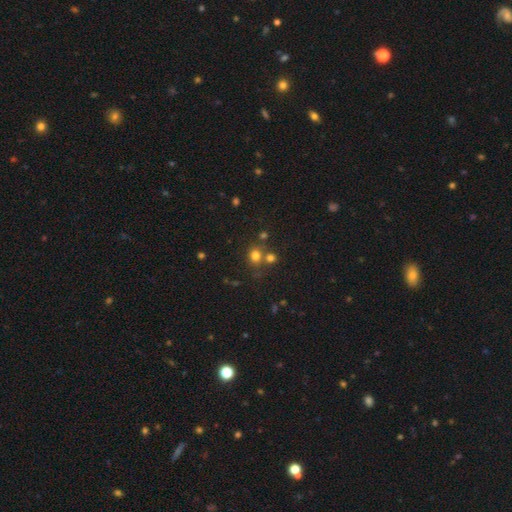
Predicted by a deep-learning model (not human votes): Q: Smooth or featured?
A: smooth (74%); runner-up: star or artifact (17%)
Q: How rounded?
A: round (73%); runner-up: in between (26%)
Q: Merging?
A: none (59%); runner-up: merger (27%)